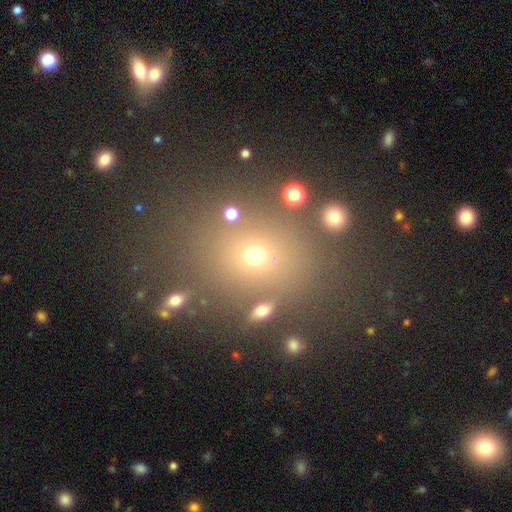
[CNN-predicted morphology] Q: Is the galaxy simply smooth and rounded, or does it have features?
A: smooth — 66%.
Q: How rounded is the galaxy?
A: round — 62%.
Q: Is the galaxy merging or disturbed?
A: none — 75%.